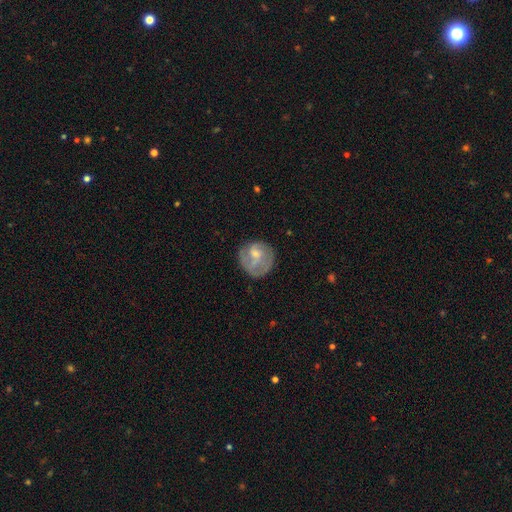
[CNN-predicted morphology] Smooth or featured? featured or disk (49%)
Merging? none (61%)